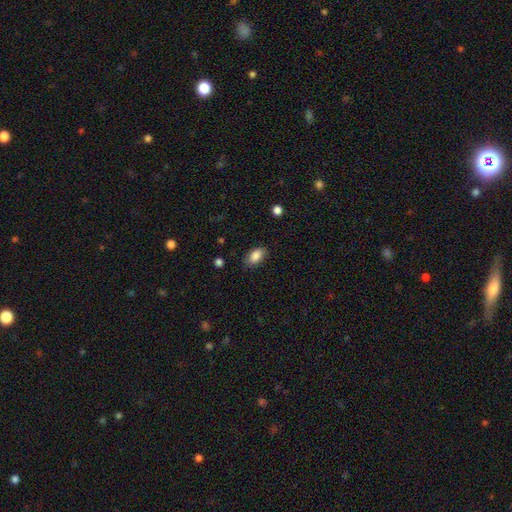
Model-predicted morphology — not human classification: A smooth galaxy with no disk features (86%) that is in between round and cigar-shaped (90%). Merging: none (80%).